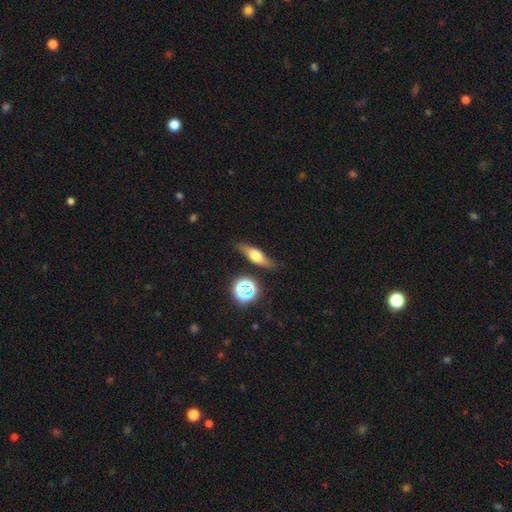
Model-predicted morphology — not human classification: A featured or disk galaxy (46%).

Vote fractions:
- Smooth or featured? featured or disk: 46% / smooth: 44% / star or artifact: 10%
- Merging? none: 79% / minor disturbance: 14% / major disturbance: 4% / merger: 3%